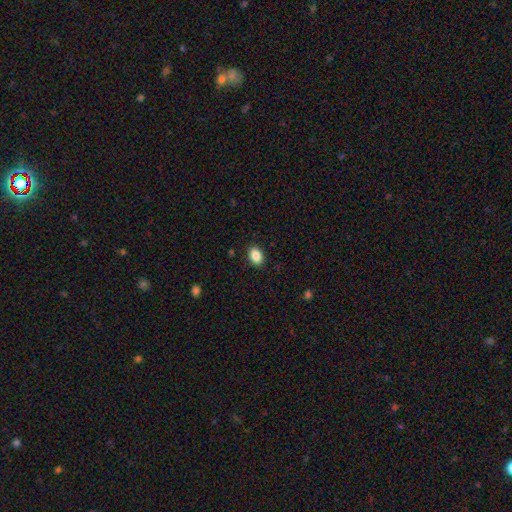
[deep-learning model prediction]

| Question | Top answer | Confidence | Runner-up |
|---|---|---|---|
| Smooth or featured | smooth | 87% | star or artifact (9%) |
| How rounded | in between | 80% | round (19%) |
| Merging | none | 89% | minor disturbance (8%) |